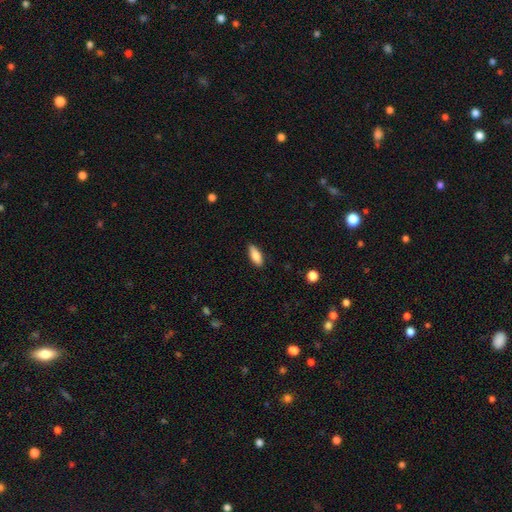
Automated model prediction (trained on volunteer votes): This appears to be a smooth galaxy with no disk features (82%) that is in between round and cigar-shaped (75%). Merging: none (85%).